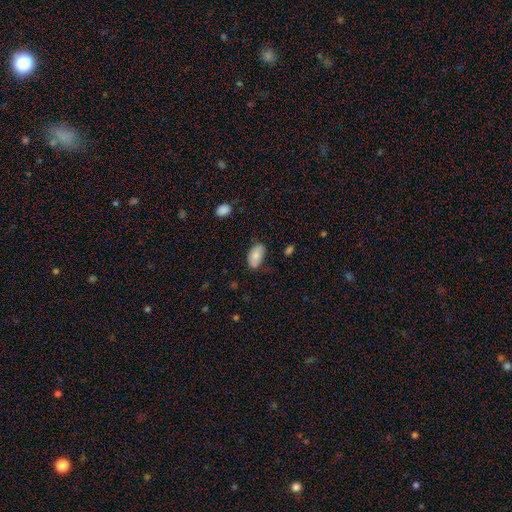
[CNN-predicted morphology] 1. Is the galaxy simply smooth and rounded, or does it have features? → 81% smooth, 13% featured or disk, 7% star or artifact.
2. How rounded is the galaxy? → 95% in between, 3% round, 2% cigar-shaped.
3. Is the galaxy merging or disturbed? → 74% none, 19% minor disturbance, 4% major disturbance, 2% merger.